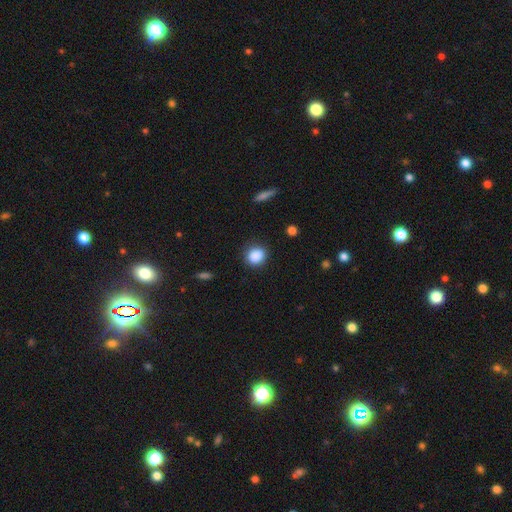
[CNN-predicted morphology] Smooth or featured: smooth — 88% (star or artifact — 9%)
How rounded: round — 76% (in between — 23%)
Merging: none — 85% (minor disturbance — 11%)